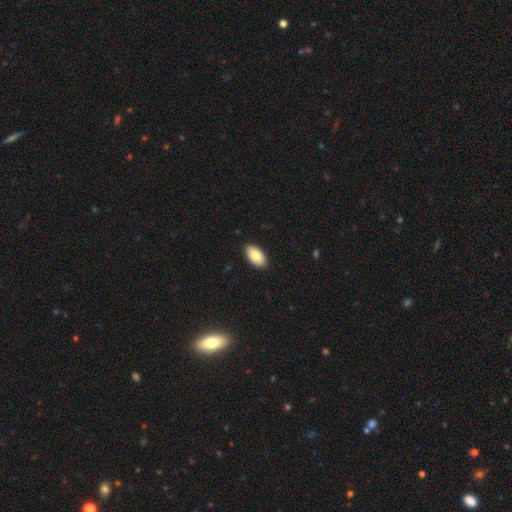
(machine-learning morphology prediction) Smooth or featured?
  - smooth: 84% *
  - featured or disk: 10%
  - star or artifact: 6%
How rounded?
  - in between: 95% *
  - round: 3%
  - cigar-shaped: 2%
Merging?
  - none: 90% *
  - minor disturbance: 8%
  - major disturbance: 2%
  - merger: 1%